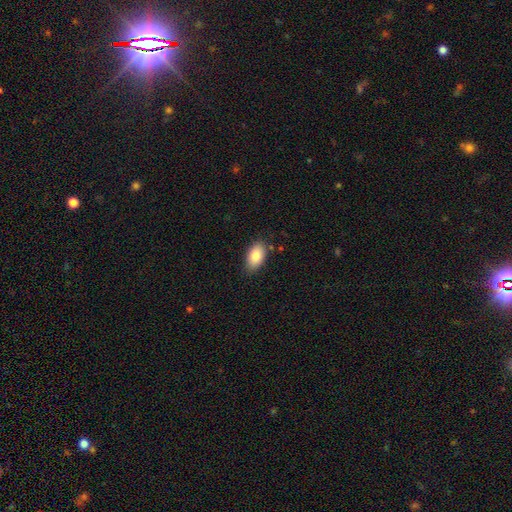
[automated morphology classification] smooth 84%, featured or disk 9%, star or artifact 7%. Down the decision tree: how rounded — in between (93%); merging — none (82%).